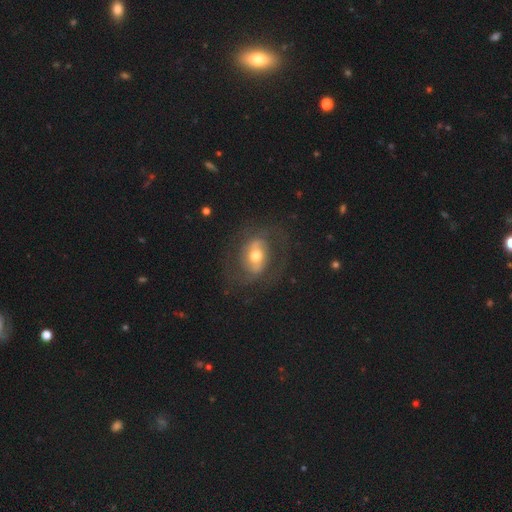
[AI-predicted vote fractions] Morphology: type=featured or disk (68%); edge-on=no (95%); bar=weak (37%); spiral arms=yes (70%); bulge=moderate (71%); merging=none (71%).